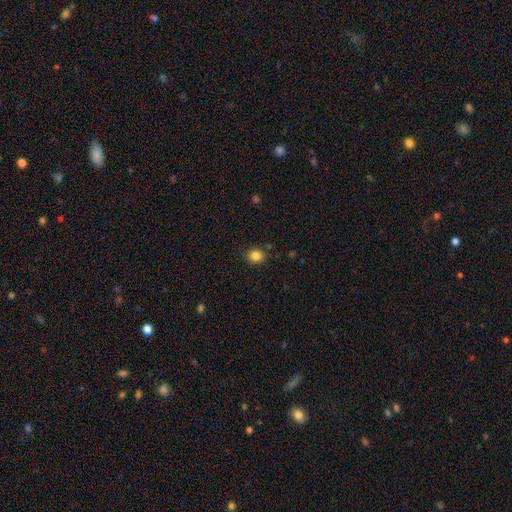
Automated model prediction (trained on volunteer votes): The model was most divided on "how rounded": round: 82%, in between: 17%, cigar-shaped: 1%. More confident: merging — none (86%); smooth or featured — smooth (84%).